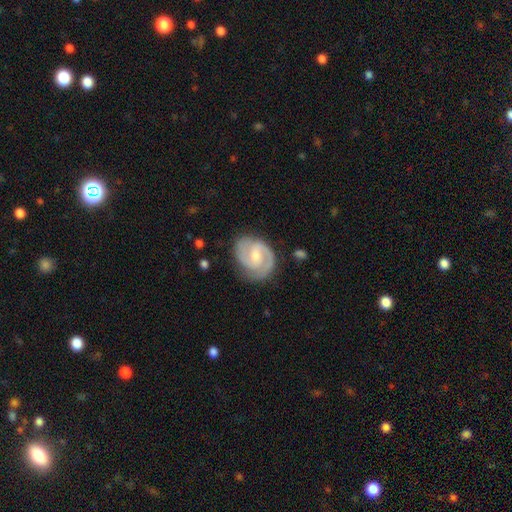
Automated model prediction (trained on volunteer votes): A featured or disk galaxy (86%) with a weak bar (57%), 2 (87%) medium (50%) spiral arms (97%) and a moderate central bulge (47%).

Vote fractions:
- Smooth or featured? featured or disk: 86% / smooth: 9% / star or artifact: 4%
- Edge-on disk? no: 98% / yes: 2%
- Bar? weak: 57% / no: 30% / strong: 13%
- Spiral arms? yes: 97% / no: 3%
- Spiral winding? medium: 50% / tight: 40% / loose: 10%
- Spiral arm count? 2: 87% / can't tell: 5% / 3: 3% / 1: 3% / 4: 1% / more than 4: 1%
- Bulge size? moderate: 47% / small: 46% / none: 4% / large: 2% / dominant: 1%
- Merging? none: 78% / minor disturbance: 16% / major disturbance: 5% / merger: 1%